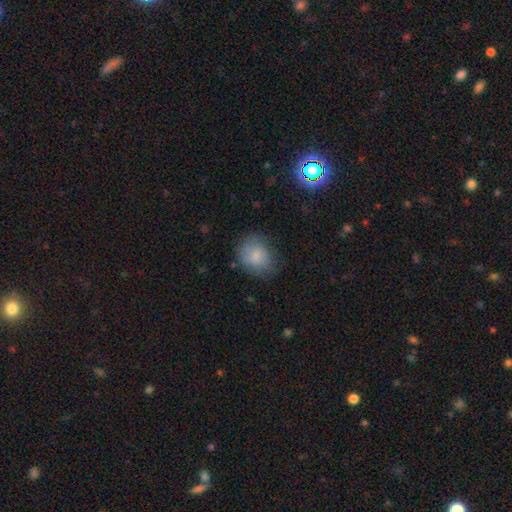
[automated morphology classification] A smooth galaxy with no disk features (80%) that is round (57%).

Vote fractions:
- Smooth or featured? smooth: 80% / featured or disk: 12% / star or artifact: 8%
- How rounded? round: 57% / in between: 42% / cigar-shaped: 1%
- Merging? none: 66% / minor disturbance: 24% / major disturbance: 8% / merger: 2%